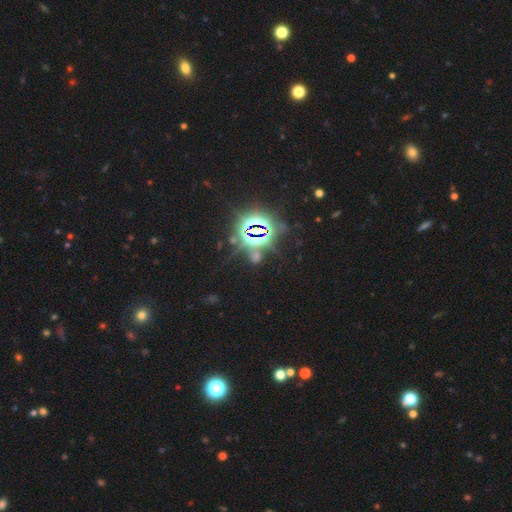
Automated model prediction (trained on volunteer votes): Smooth or featured? star or artifact (82%)